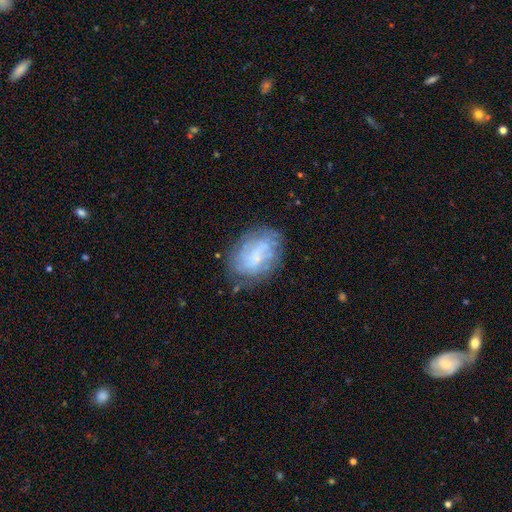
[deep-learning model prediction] Smooth or featured? featured or disk (52%)
Edge-on disk? no (96%)
Merging? none (67%)